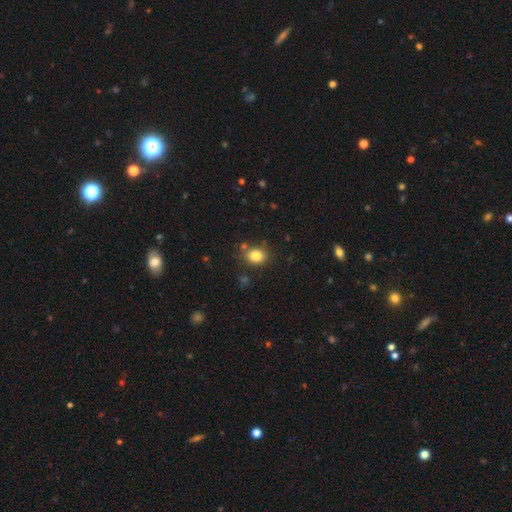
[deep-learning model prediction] The model was most divided on "how rounded": round: 52%, in between: 47%, cigar-shaped: 1%. More confident: smooth or featured — smooth (83%); merging — none (79%).